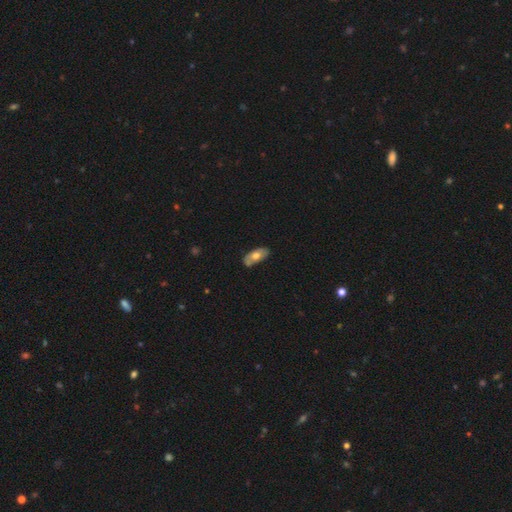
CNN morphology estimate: smooth_or_featured: smooth (p=0.59) [alt: featured or disk p=0.35]
how_rounded: in between (p=0.88) [alt: cigar-shaped p=0.09]
merging: none (p=0.76) [alt: minor disturbance p=0.18]